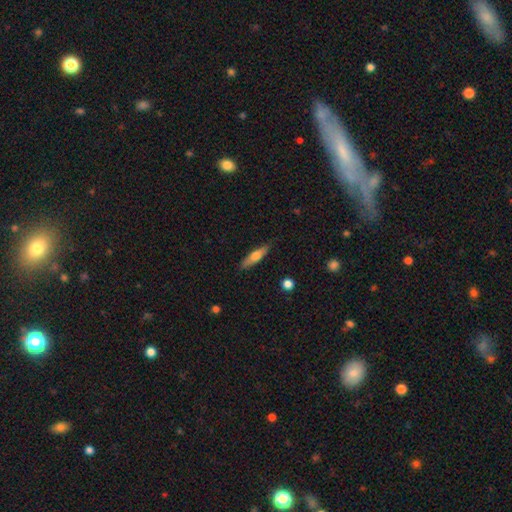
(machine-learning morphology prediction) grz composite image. It shows a smooth galaxy with no disk features (57%) that is cigar-shaped (70%). Merging: none (86%).